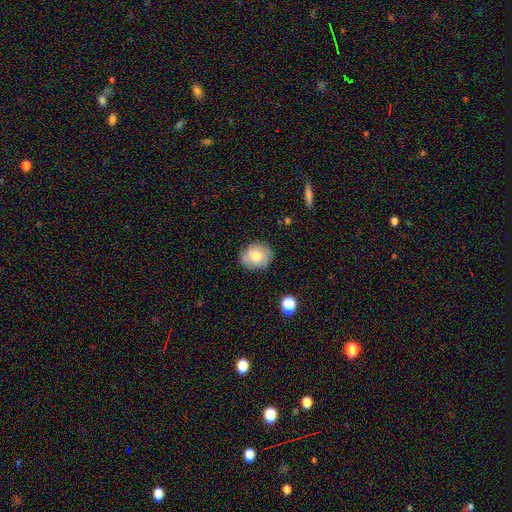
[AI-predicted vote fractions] smooth_or_featured: smooth (p=0.56) [alt: featured or disk p=0.35]
how_rounded: round (p=0.65) [alt: in between p=0.34]
merging: none (p=0.77) [alt: minor disturbance p=0.17]